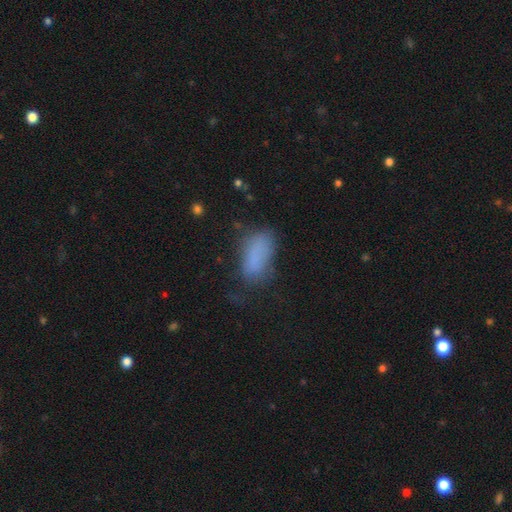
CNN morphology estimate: Smooth or featured? Predicted: smooth (p=0.78). How rounded? Predicted: in between (p=0.87). Merging? Predicted: none (p=0.52).